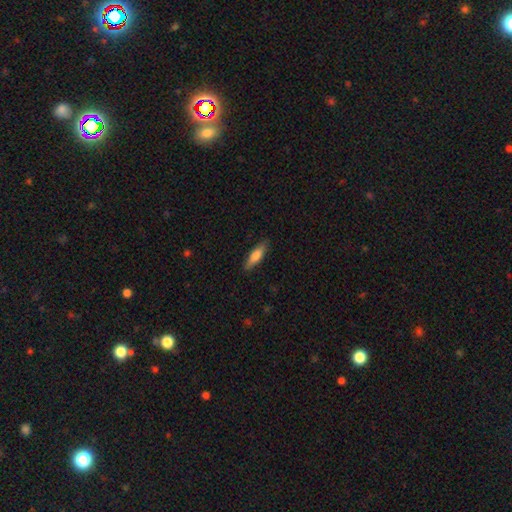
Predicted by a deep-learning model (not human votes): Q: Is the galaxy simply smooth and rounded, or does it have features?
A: smooth — 74%.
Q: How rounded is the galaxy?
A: cigar-shaped — 61%.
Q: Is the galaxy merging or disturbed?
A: none — 86%.